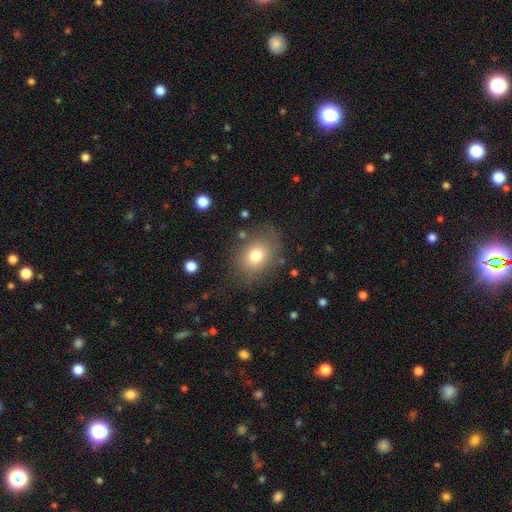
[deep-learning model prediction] Smooth or featured?
  - smooth: 76% *
  - featured or disk: 13%
  - star or artifact: 12%
How rounded?
  - in between: 56% *
  - round: 43%
  - cigar-shaped: 1%
Merging?
  - none: 75% *
  - minor disturbance: 16%
  - major disturbance: 8%
  - merger: 2%